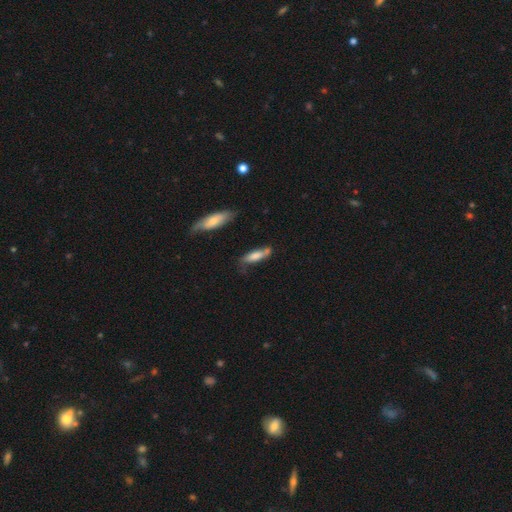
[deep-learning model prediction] This is likely a smooth galaxy (67%). How rounded: possibly cigar-shaped (54%). Merging: possibly none (50%).